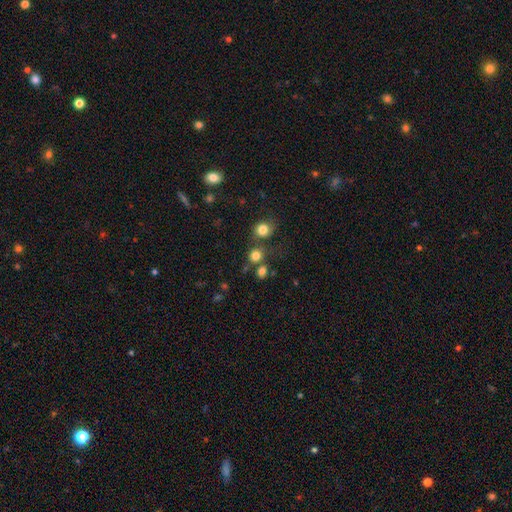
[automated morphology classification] Q: Smooth or featured?
A: smooth (80%); runner-up: star or artifact (14%)
Q: How rounded?
A: round (83%); runner-up: in between (16%)
Q: Merging?
A: none (63%); runner-up: merger (23%)